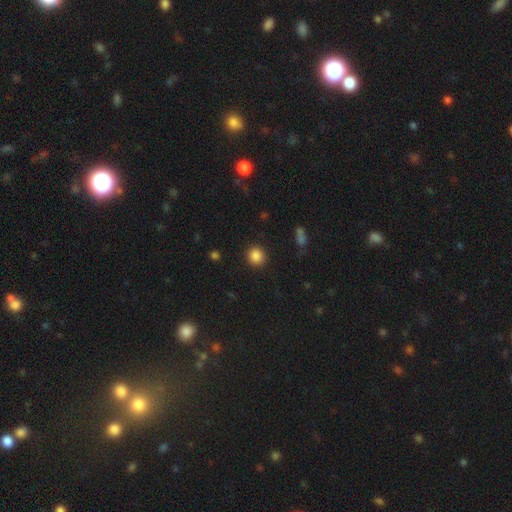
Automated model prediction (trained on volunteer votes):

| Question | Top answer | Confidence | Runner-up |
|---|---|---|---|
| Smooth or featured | smooth | 86% | star or artifact (10%) |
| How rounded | round | 90% | in between (9%) |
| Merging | none | 91% | minor disturbance (6%) |